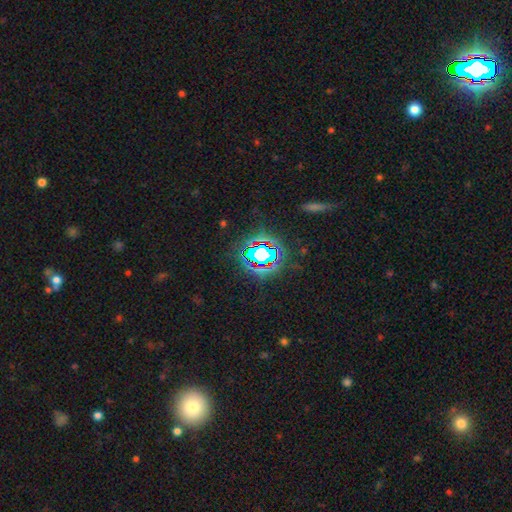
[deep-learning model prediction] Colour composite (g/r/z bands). It shows a star or artifact, not a galaxy (72%).